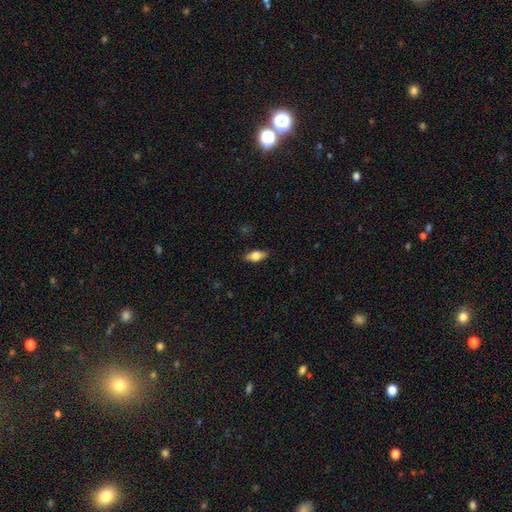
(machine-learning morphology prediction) Overall: smooth (67%). How rounded: in between (81%). Merging: none (86%).